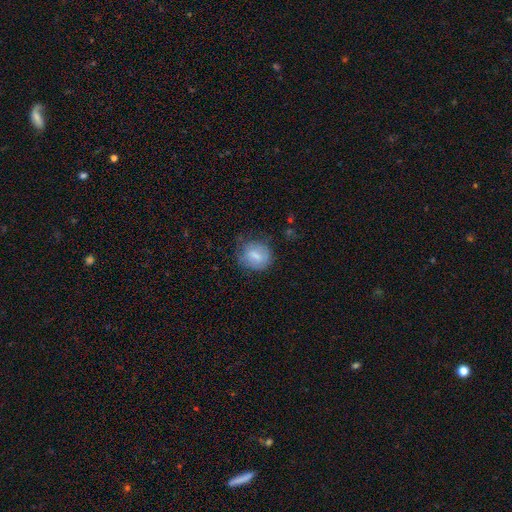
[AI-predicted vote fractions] Smooth or featured: smooth — 71% (featured or disk — 20%)
How rounded: round — 65% (in between — 34%)
Merging: none — 59% (minor disturbance — 28%)